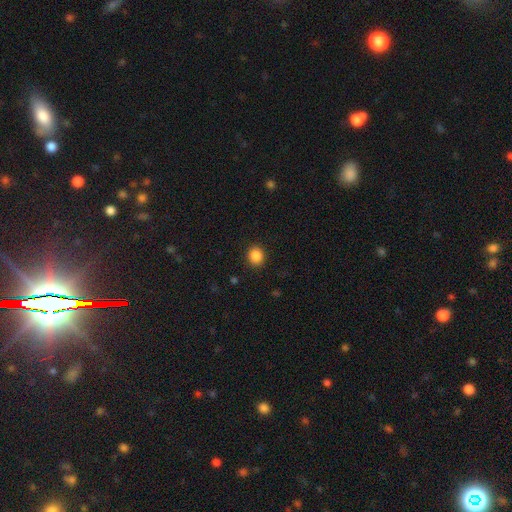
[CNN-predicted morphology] A smooth galaxy with no disk features (87%) that is round (80%).

Vote fractions:
- Smooth or featured? smooth: 87% / star or artifact: 10% / featured or disk: 3%
- How rounded? round: 80% / in between: 19% / cigar-shaped: 1%
- Merging? none: 91% / minor disturbance: 6% / major disturbance: 2% / merger: 1%